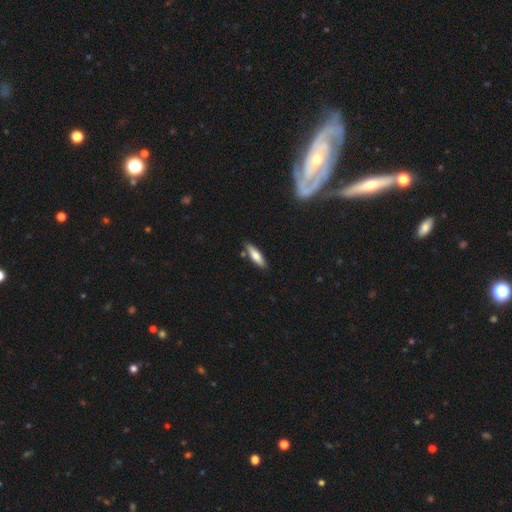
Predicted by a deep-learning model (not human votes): This is likely a smooth galaxy (72%). How rounded: likely cigar-shaped (64%). Merging: clearly none (82%).